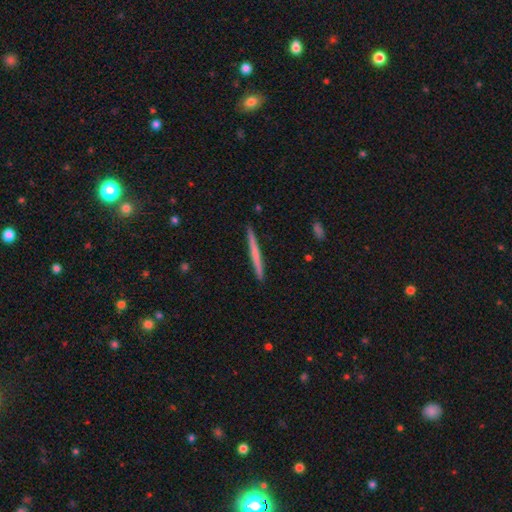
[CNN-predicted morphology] smooth-or-featured: smooth: 58% | featured or disk: 38% | star or artifact: 5%
  how-rounded: cigar-shaped: 97% | in between: 2% | round: 1%
  merging: none: 92% | minor disturbance: 6% | major disturbance: 1% | merger: 1%